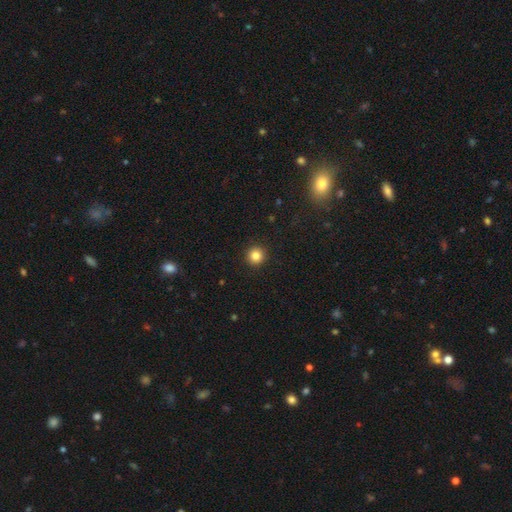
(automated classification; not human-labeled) Morphology: type=smooth (85%); roundness=round (95%); merging=none (93%).